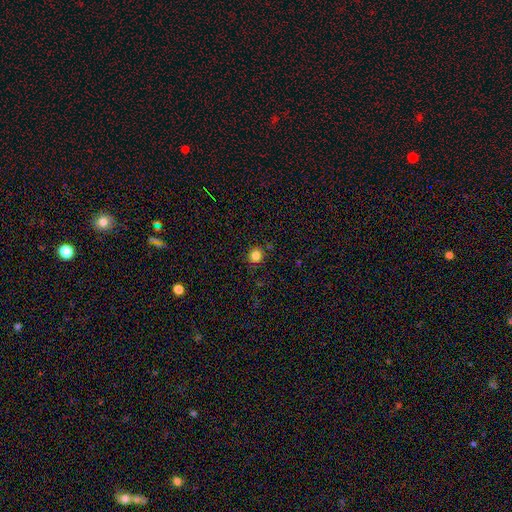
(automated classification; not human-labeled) Q: Smooth or featured?
A: smooth (82%); runner-up: star or artifact (13%)
Q: How rounded?
A: round (89%); runner-up: in between (10%)
Q: Merging?
A: none (87%); runner-up: minor disturbance (9%)